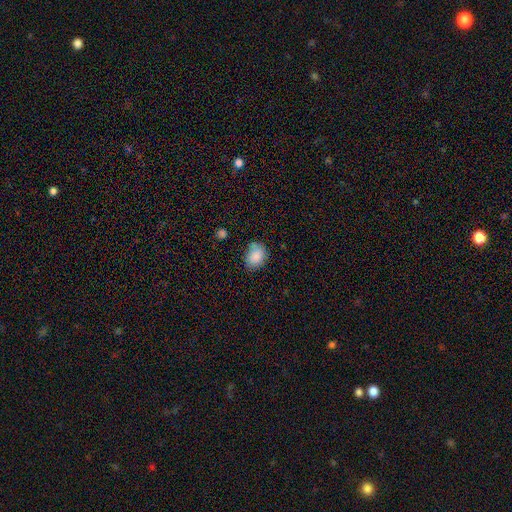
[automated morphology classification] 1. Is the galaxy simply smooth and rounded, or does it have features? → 86% smooth, 8% star or artifact, 5% featured or disk.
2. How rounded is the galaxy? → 62% in between, 37% round, 1% cigar-shaped.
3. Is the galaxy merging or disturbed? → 66% none, 25% minor disturbance, 6% major disturbance, 3% merger.